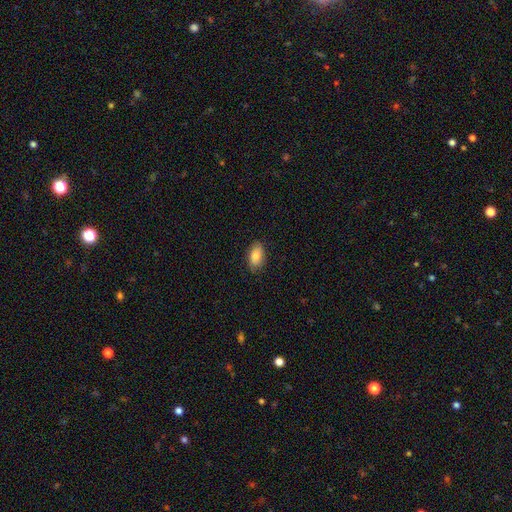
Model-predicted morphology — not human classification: smooth-or-featured: smooth: 82% | featured or disk: 11% | star or artifact: 7%
  how-rounded: in between: 92% | round: 5% | cigar-shaped: 3%
  merging: none: 83% | minor disturbance: 13% | major disturbance: 3% | merger: 1%